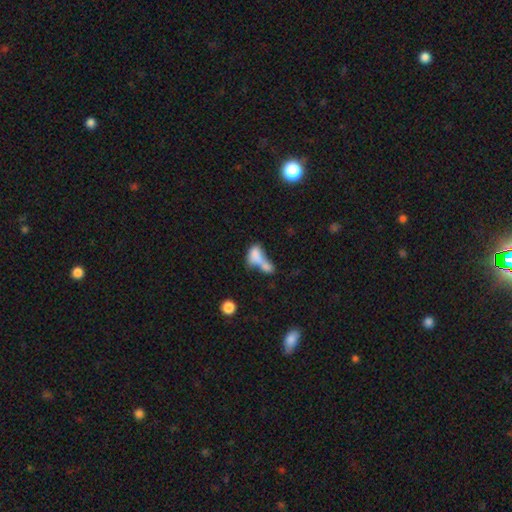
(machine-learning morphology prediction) Overall: smooth (72%). How rounded: in between (80%). Merging: merger (70%).